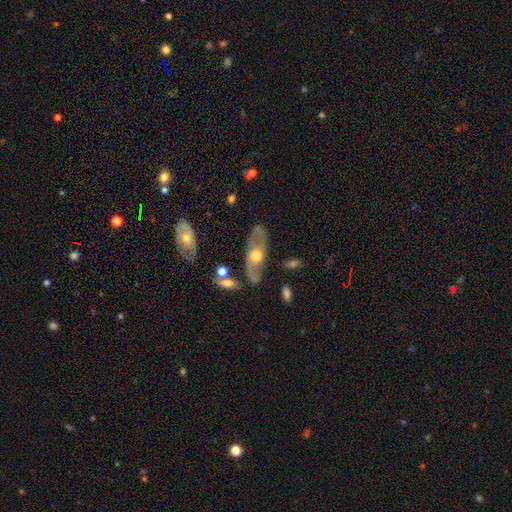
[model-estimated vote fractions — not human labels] Smooth or featured? Predicted: featured or disk (p=0.67). Edge-on disk? Predicted: no (p=0.73). Merging? Predicted: none (p=0.71).